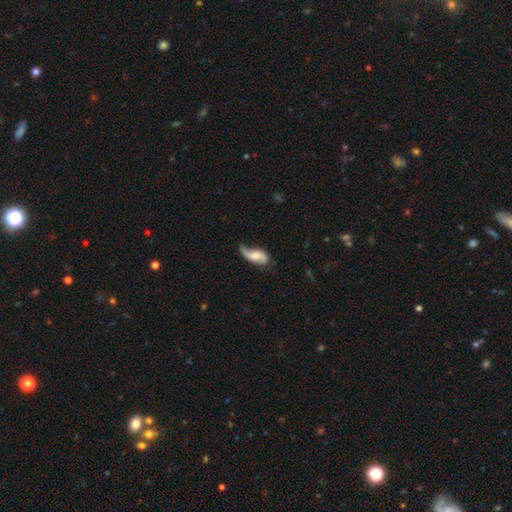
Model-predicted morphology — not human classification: type=featured or disk (63%); edge-on=no (94%); bar=no (60%); spiral arms=yes (89%); winding=loose (69%); arm count=2 (65%); bulge=moderate (49%); merging=none (38%).